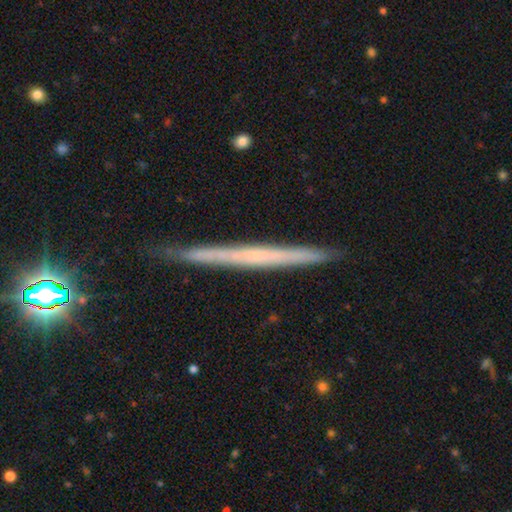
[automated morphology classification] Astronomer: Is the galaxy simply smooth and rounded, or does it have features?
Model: featured or disk — 61%.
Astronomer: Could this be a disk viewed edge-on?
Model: yes — 97%.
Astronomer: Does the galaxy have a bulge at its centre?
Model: none — 82%.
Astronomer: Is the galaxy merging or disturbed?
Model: none — 89%.